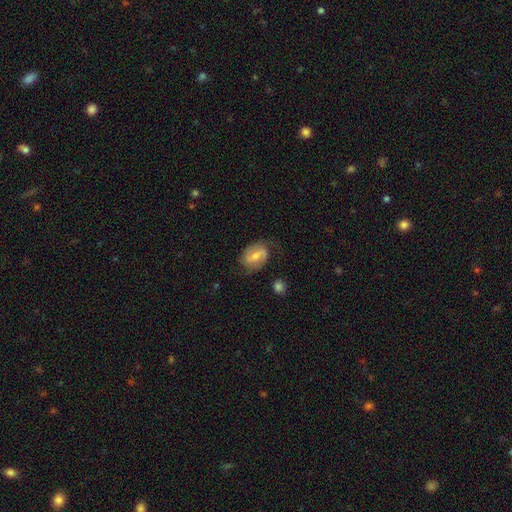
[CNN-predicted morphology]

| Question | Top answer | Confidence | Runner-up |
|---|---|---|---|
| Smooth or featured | featured or disk | 53% | smooth (40%) |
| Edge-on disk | no | 95% | yes (5%) |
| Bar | weak | 45% | strong (34%) |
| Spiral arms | yes | 78% | no (22%) |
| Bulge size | moderate | 48% | small (44%) |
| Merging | none | 67% | minor disturbance (23%) |